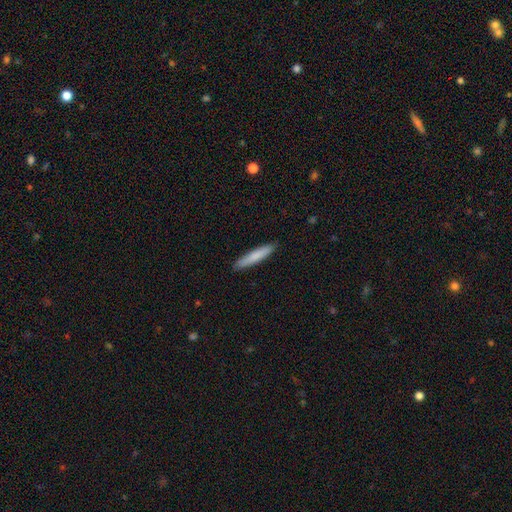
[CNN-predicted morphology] smooth 80%, featured or disk 15%, star or artifact 5%. Down the decision tree: how rounded — cigar-shaped (91%); merging — none (90%).